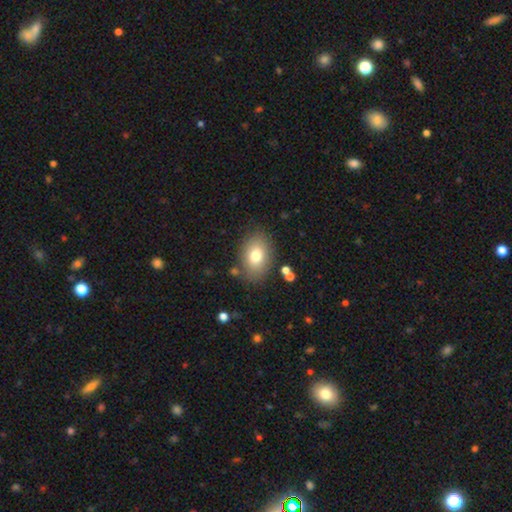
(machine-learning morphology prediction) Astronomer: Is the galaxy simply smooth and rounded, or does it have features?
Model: smooth — 76%.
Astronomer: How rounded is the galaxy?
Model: in between — 81%.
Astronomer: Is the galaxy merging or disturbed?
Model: none — 81%.